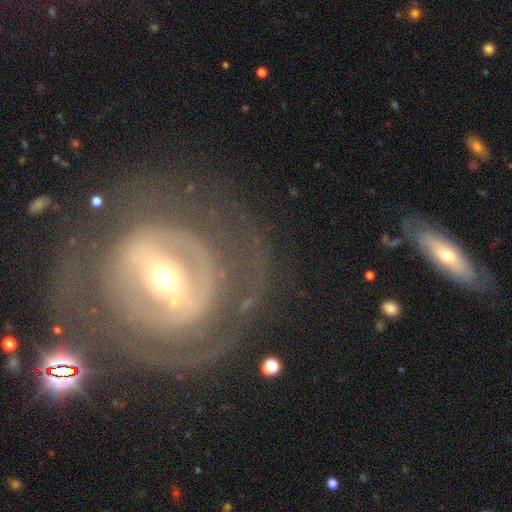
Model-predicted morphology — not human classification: smooth-or-featured: featured or disk: 80% | smooth: 13% | star or artifact: 7%
  disk-edge-on: no: 94% | yes: 6%
    bar: strong: 46% | weak: 34% | no: 21%
    has-spiral-arms: yes: 69% | no: 31%
      spiral-winding: tight: 65% | medium: 25% | loose: 10%
      spiral-arm-count: can't tell: 41% | 2: 34% | 3: 10% | 1: 6% | 4: 5% | more than 4: 4%
    bulge-size: small: 60% | moderate: 34% | large: 4% | dominant: 1% | none: 1%
  merging: none: 67% | major disturbance: 15% | minor disturbance: 14% | merger: 4%